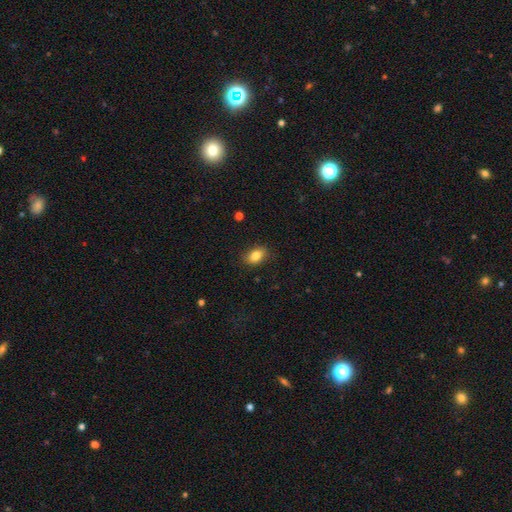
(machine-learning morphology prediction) Smooth or featured: smooth — 83% (star or artifact — 9%)
How rounded: in between — 85% (round — 13%)
Merging: none — 85% (minor disturbance — 11%)